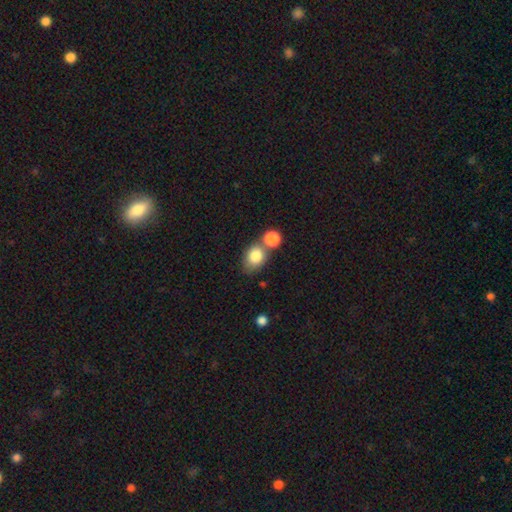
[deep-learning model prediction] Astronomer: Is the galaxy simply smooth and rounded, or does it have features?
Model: smooth — 82%.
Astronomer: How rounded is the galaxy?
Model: in between — 60% (runner-up: round, 38%).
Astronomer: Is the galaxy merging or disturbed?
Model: none — 46% (runner-up: merger, 37%).